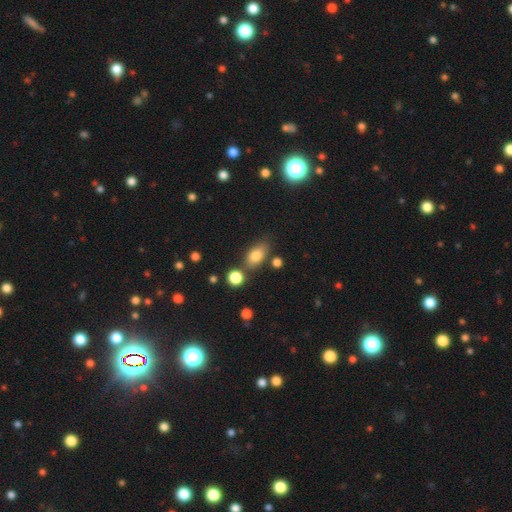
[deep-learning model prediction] Q: Smooth or featured?
A: smooth (80%); runner-up: featured or disk (10%)
Q: How rounded?
A: in between (84%); runner-up: round (11%)
Q: Merging?
A: none (68%); runner-up: minor disturbance (17%)